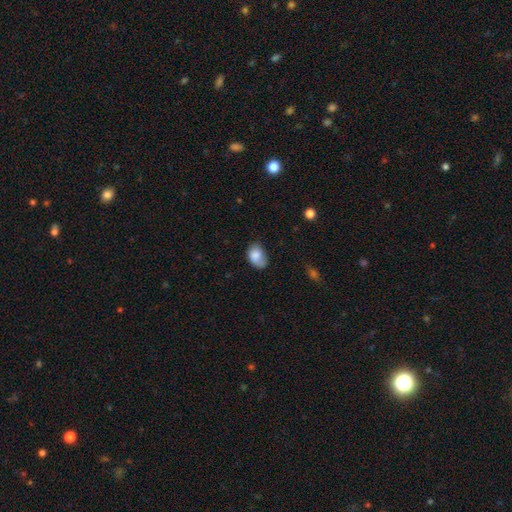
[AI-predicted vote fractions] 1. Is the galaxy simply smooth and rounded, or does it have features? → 81% smooth, 12% featured or disk, 8% star or artifact.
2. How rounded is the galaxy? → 81% in between, 18% round, 1% cigar-shaped.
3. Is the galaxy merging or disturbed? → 48% none, 35% minor disturbance, 13% major disturbance, 4% merger.